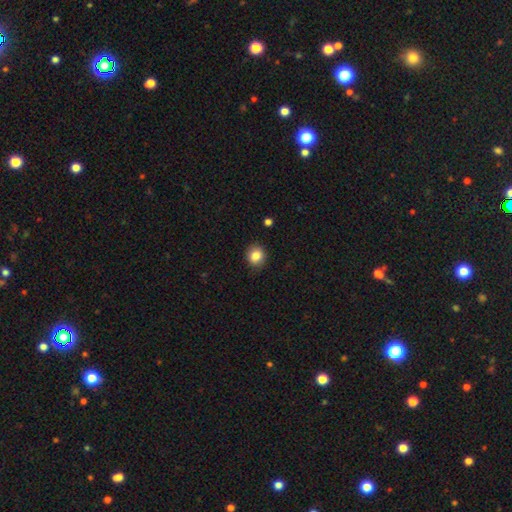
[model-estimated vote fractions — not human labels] smooth_or_featured: smooth (p=0.84) [alt: star or artifact p=0.10]
how_rounded: round (p=0.79) [alt: in between p=0.20]
merging: none (p=0.89) [alt: minor disturbance p=0.08]